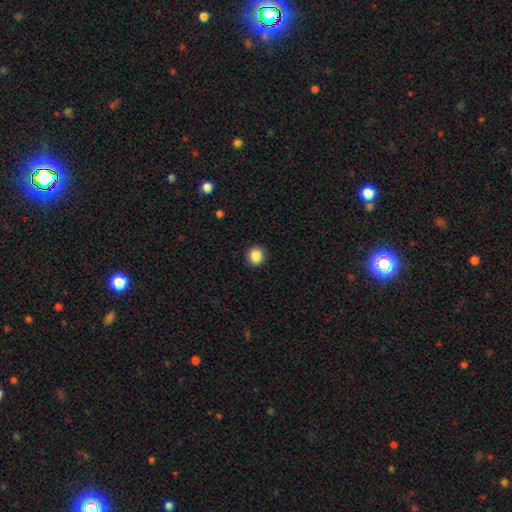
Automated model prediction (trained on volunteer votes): Overall: smooth (88%). How rounded: round (90%). Merging: none (91%).